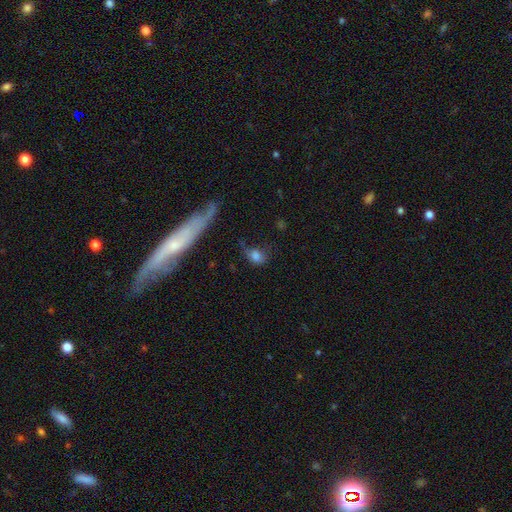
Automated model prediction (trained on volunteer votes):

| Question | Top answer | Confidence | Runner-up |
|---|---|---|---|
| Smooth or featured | smooth | 75% | featured or disk (13%) |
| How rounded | in between | 66% | round (31%) |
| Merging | none | 38% | minor disturbance (27%) |